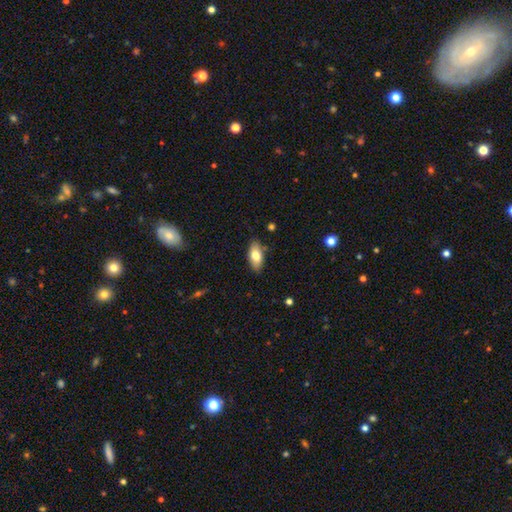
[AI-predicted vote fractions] Morphology: type=smooth (76%); roundness=in between (88%); merging=none (83%).